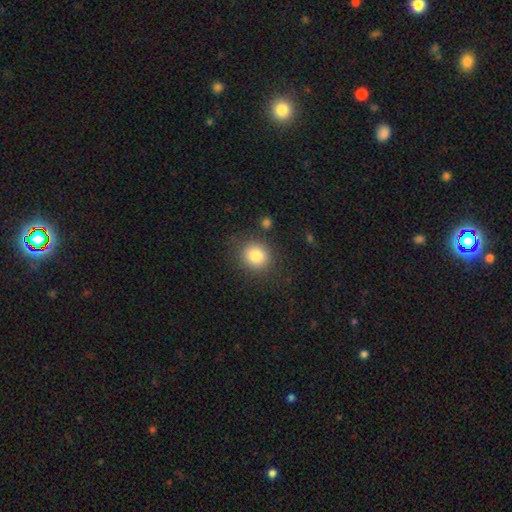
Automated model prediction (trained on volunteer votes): Smooth or featured? smooth (83%)
How rounded? round (85%)
Merging? none (84%)